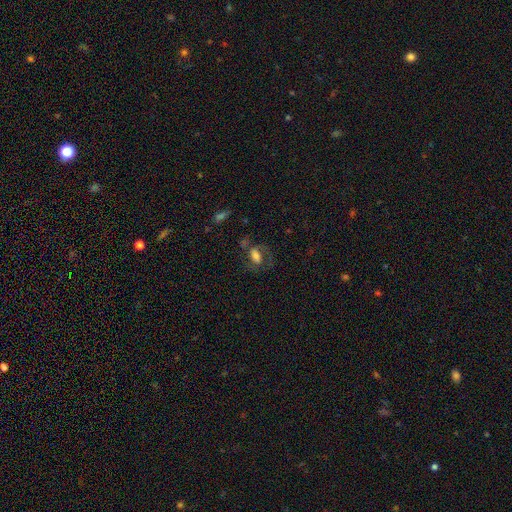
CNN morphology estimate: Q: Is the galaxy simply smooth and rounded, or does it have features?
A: smooth — 45%.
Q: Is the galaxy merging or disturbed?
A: none — 47%.